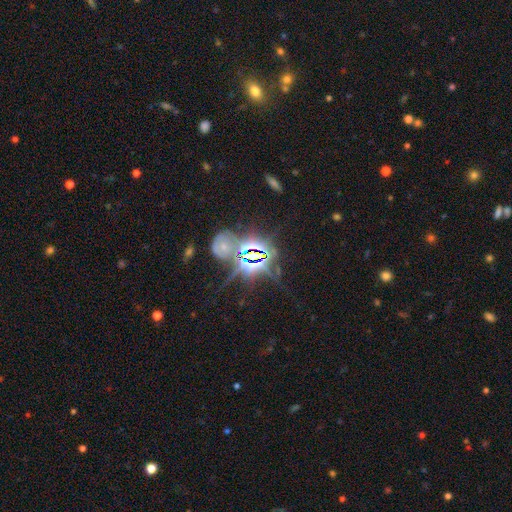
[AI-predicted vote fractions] Smooth or featured? star or artifact (79%)